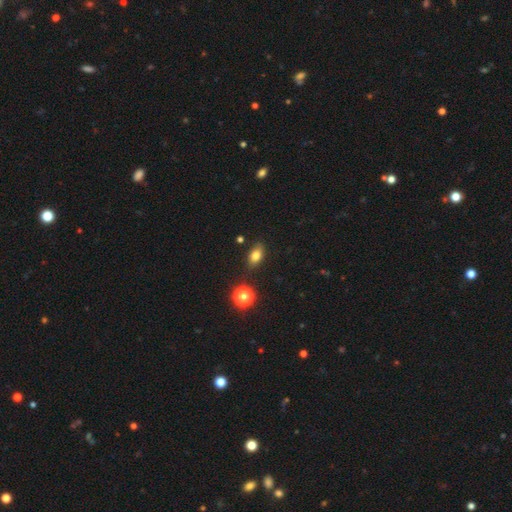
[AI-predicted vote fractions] Q: Smooth or featured?
A: smooth (78%); runner-up: star or artifact (12%)
Q: How rounded?
A: in between (82%); runner-up: round (14%)
Q: Merging?
A: none (82%); runner-up: minor disturbance (13%)